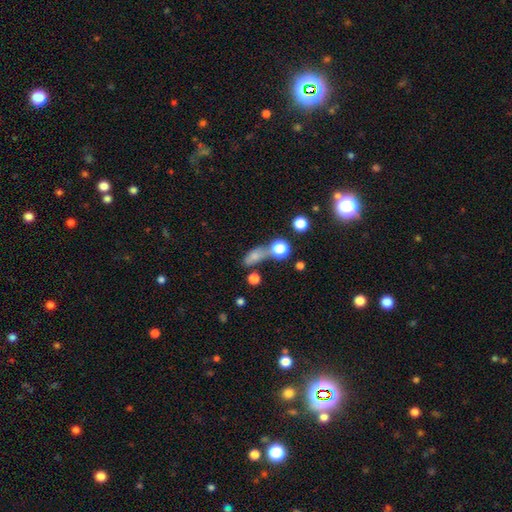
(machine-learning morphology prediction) This appears to be a smooth galaxy with no disk features (70%) that is in between round and cigar-shaped (60%). Merging: none (41%).